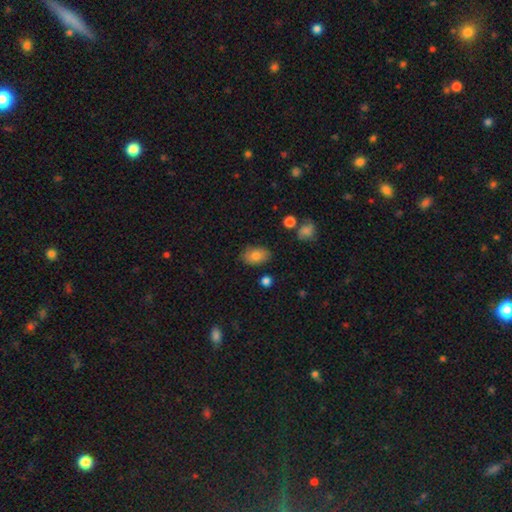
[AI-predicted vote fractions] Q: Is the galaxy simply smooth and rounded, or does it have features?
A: smooth — 81%.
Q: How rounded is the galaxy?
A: in between — 88%.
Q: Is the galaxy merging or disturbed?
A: none — 82%.